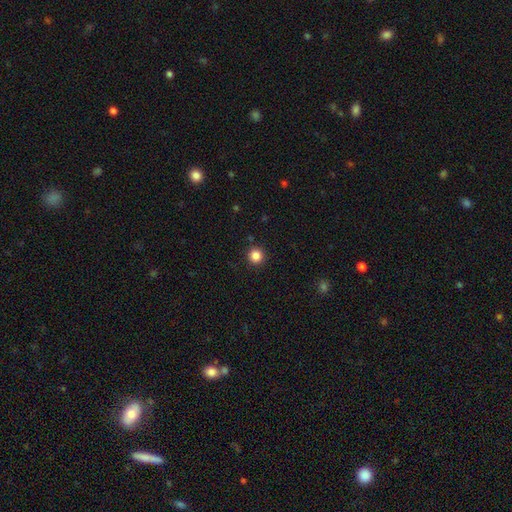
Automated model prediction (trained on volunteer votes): This appears to be a smooth galaxy with no disk features (85%) that is round (95%). Merging: none (92%).